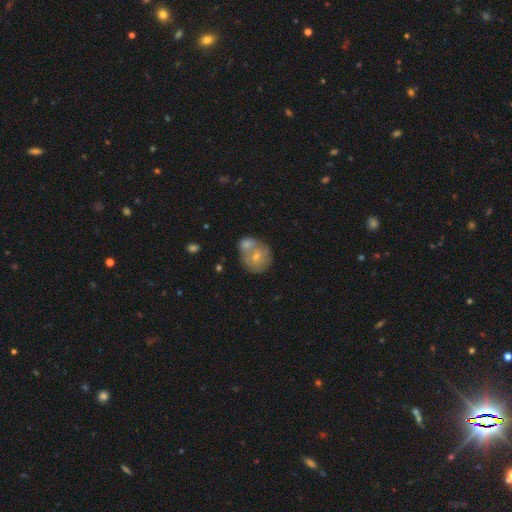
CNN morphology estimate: smooth-or-featured: smooth: 56% | featured or disk: 36% | star or artifact: 7%
  how-rounded: round: 77% | in between: 22% | cigar-shaped: 1%
  merging: merger: 61% | none: 26% | minor disturbance: 9% | major disturbance: 4%